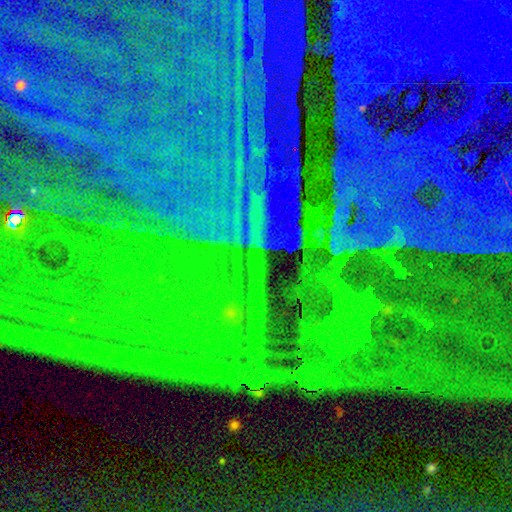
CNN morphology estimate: Q: Smooth or featured?
A: star or artifact (87%); runner-up: featured or disk (7%)